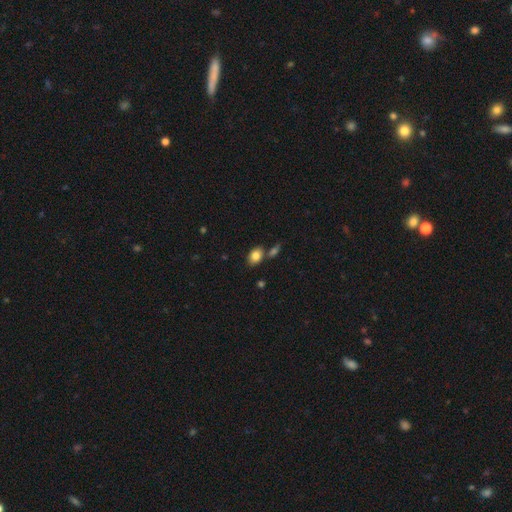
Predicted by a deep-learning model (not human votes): Overall: smooth (84%). How rounded: in between (76%). Merging: none (64%).